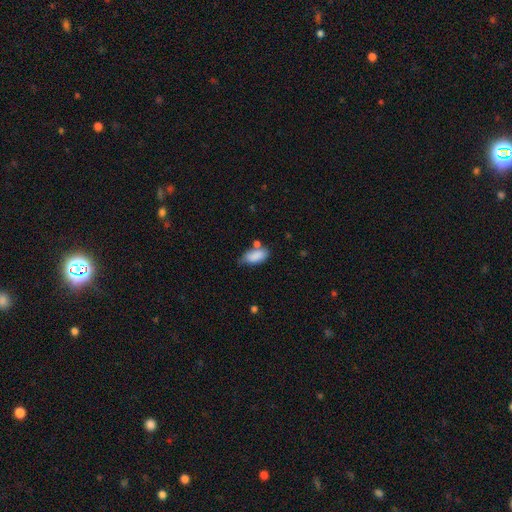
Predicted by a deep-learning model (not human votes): Smooth or featured?
  - smooth: 85% *
  - star or artifact: 8%
  - featured or disk: 7%
How rounded?
  - in between: 90% *
  - cigar-shaped: 6%
  - round: 3%
Merging?
  - none: 52% *
  - minor disturbance: 26%
  - merger: 15%
  - major disturbance: 7%